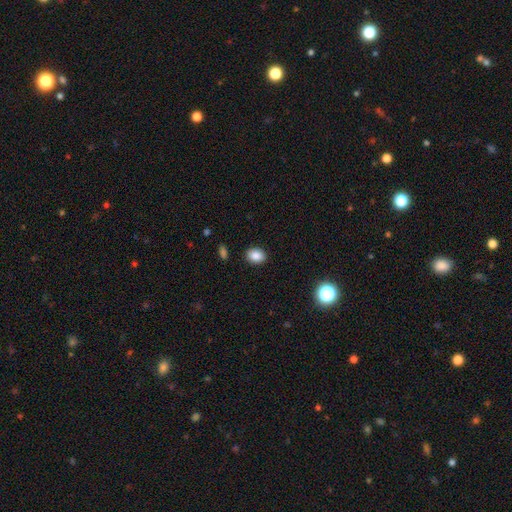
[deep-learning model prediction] The model was most divided on "how rounded": in between: 60%, round: 39%, cigar-shaped: 1%. More confident: merging — none (89%); smooth or featured — smooth (86%).